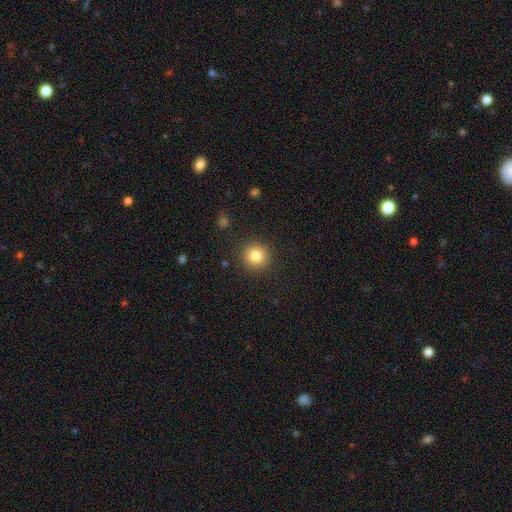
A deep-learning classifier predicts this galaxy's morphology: A smooth galaxy with no disk features (83%) that is round (93%). Merging: none (91%).